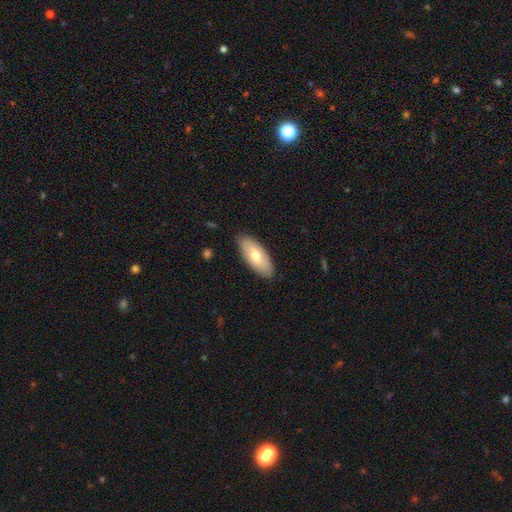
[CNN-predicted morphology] A smooth galaxy with no disk features (68%) that is in between round and cigar-shaped (85%). Merging: none (86%).